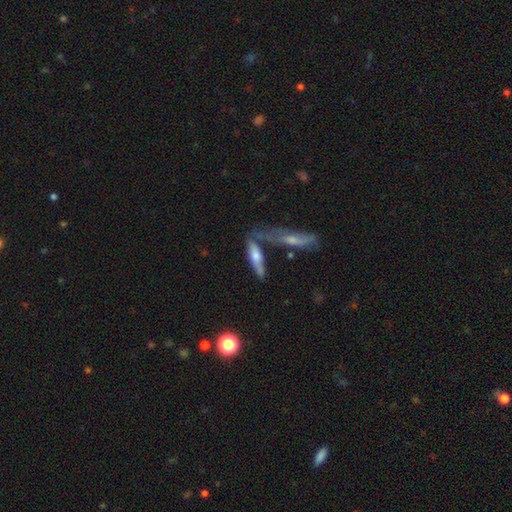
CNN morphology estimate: Overall: smooth (48%; featured or disk 44%). Merging: none (48%; merger 26%).